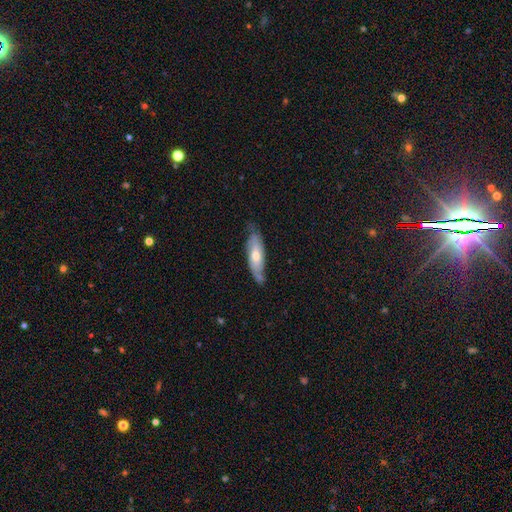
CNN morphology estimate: This appears to be a featured or disk galaxy (50%). Merging: none (65%).